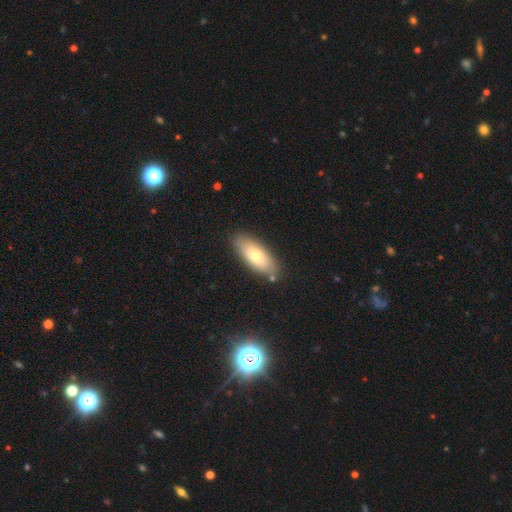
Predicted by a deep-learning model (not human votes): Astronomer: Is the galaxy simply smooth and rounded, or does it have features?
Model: smooth — 70%.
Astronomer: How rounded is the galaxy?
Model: in between — 78%.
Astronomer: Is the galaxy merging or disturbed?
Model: none — 84%.